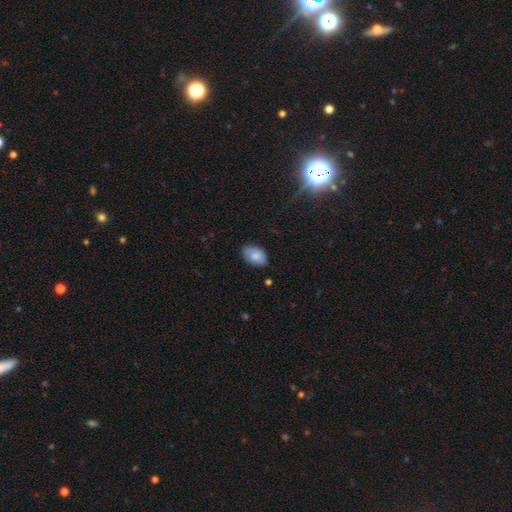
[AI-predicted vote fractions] Morphology: type=smooth (81%); roundness=in between (90%); merging=none (75%).